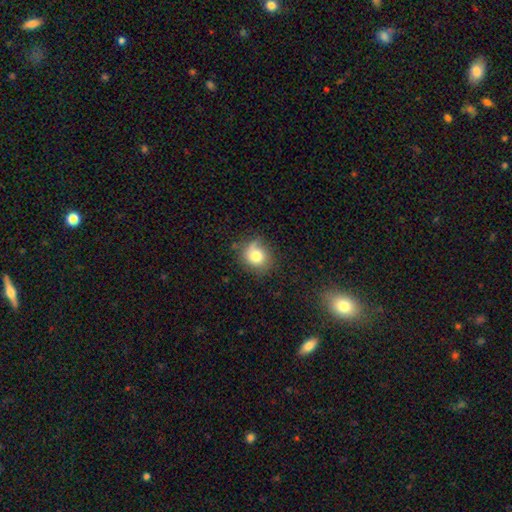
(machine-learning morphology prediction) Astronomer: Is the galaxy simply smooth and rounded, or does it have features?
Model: smooth — 75%.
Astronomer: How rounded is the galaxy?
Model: round — 77%.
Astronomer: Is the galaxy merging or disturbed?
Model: none — 63%.